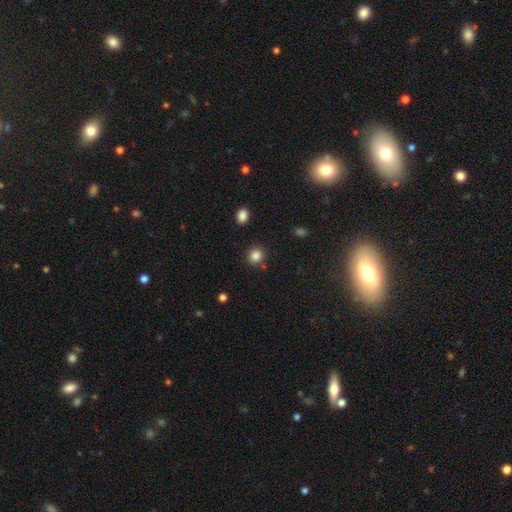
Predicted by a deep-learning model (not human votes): This appears to be a smooth galaxy with no disk features (86%) that is round (86%). Merging: none (84%).